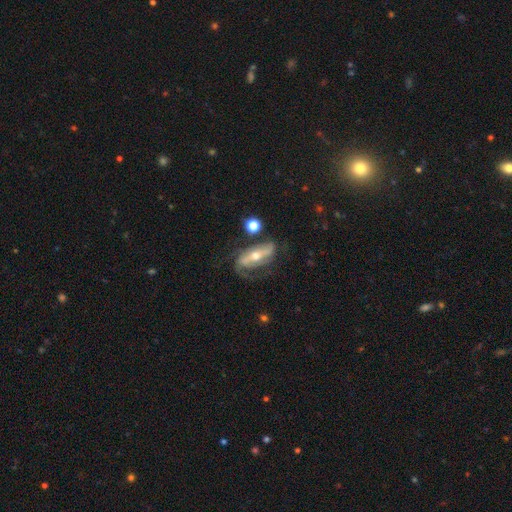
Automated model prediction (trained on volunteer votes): The model was most divided on "spiral winding": medium: 38%, loose: 36%, tight: 26%. More confident: spiral arms — yes (89%); edge-on disk — no (87%); smooth or featured — featured or disk (79%); spiral arm count — 2 (70%); bulge size — moderate (57%); merging — none (53%); bar — strong (51%).